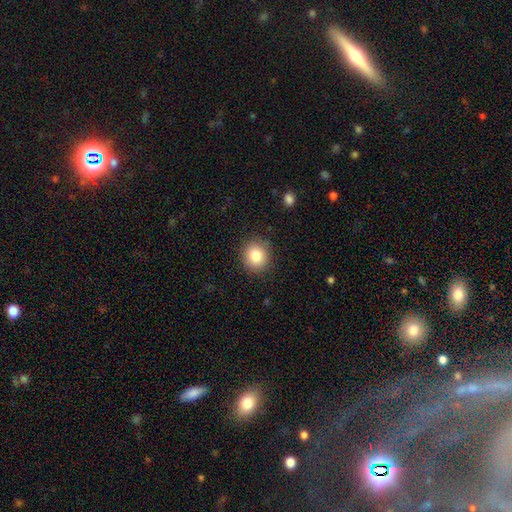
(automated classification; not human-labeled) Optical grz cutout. It shows a smooth galaxy with no disk features (82%) that is round (83%). Merging: none (87%).